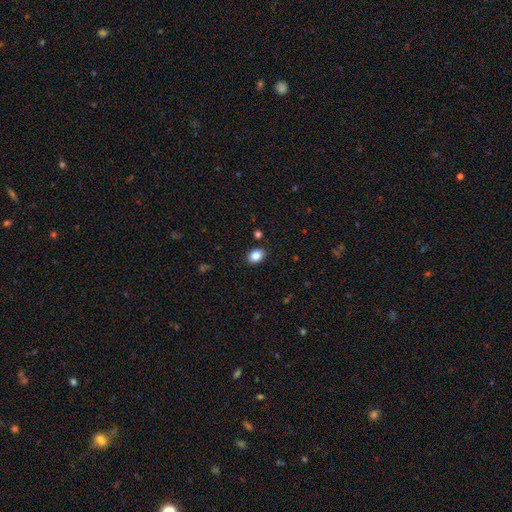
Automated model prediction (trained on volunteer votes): Q: Smooth or featured?
A: smooth (85%); runner-up: star or artifact (9%)
Q: How rounded?
A: in between (67%); runner-up: round (32%)
Q: Merging?
A: none (88%); runner-up: minor disturbance (8%)